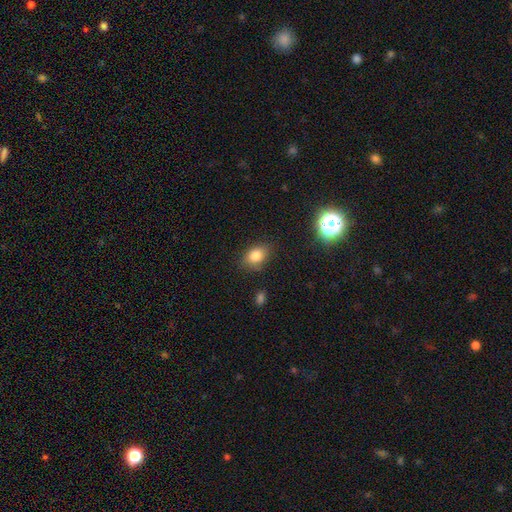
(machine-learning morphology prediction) smooth_or_featured: smooth (p=0.80) [alt: star or artifact p=0.12]
how_rounded: in between (p=0.69) [alt: round p=0.30]
merging: none (p=0.79) [alt: minor disturbance p=0.16]